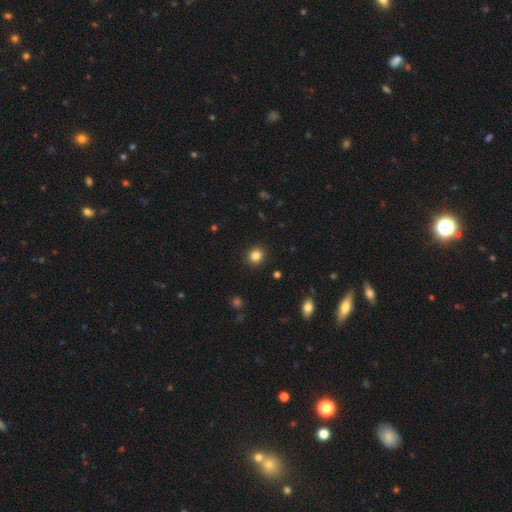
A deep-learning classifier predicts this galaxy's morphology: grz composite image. It shows a smooth galaxy with no disk features (84%) that is round (86%). Merging: none (92%).